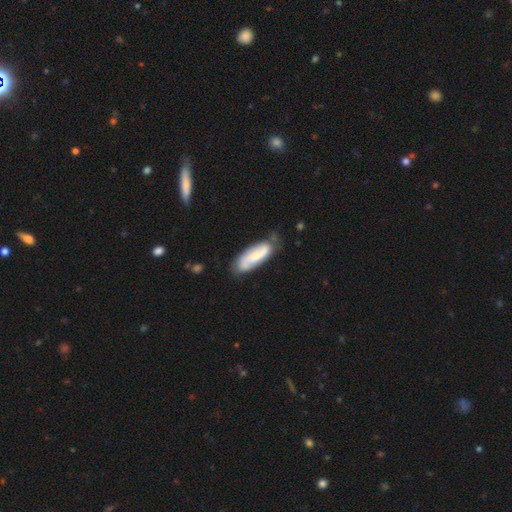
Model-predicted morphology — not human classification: Q: Smooth or featured?
A: featured or disk (52%); runner-up: smooth (43%)
Q: Edge-on disk?
A: no (88%); runner-up: yes (12%)
Q: Merging?
A: none (66%); runner-up: minor disturbance (25%)